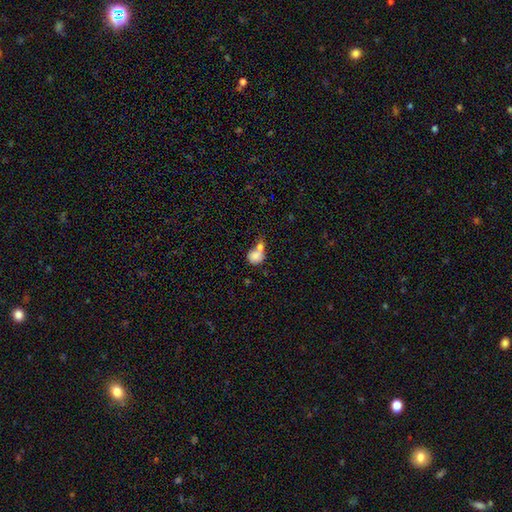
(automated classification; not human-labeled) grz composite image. It shows a smooth galaxy with no disk features (79%) that is round (62%). Merging: merger (59%).